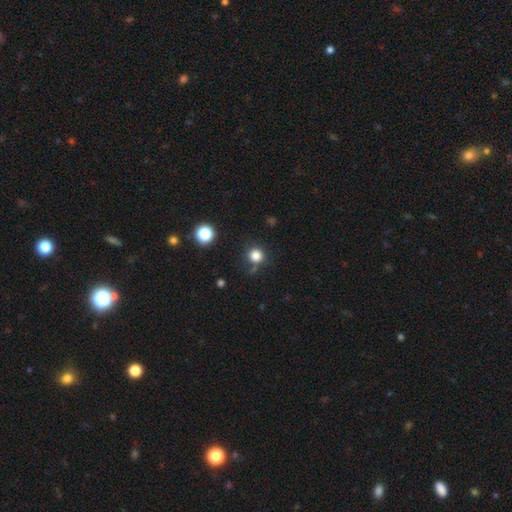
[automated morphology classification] Smooth or featured: smooth — 82% (star or artifact — 14%)
How rounded: round — 92% (in between — 7%)
Merging: none — 77% (minor disturbance — 12%)